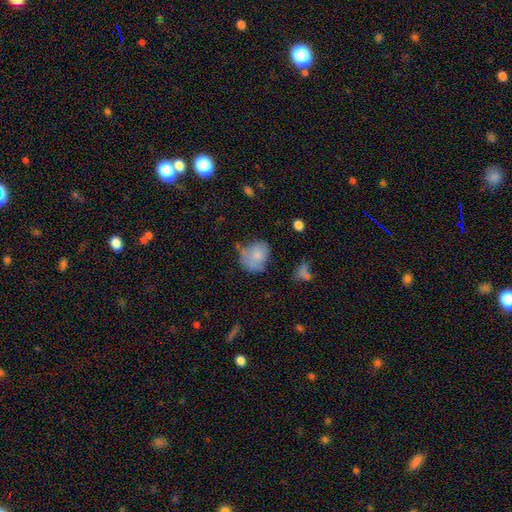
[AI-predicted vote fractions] Smooth or featured?
  - smooth: 70% *
  - featured or disk: 22%
  - star or artifact: 9%
How rounded?
  - round: 60% *
  - in between: 39%
  - cigar-shaped: 1%
Merging?
  - none: 47% *
  - minor disturbance: 31%
  - major disturbance: 16%
  - merger: 7%